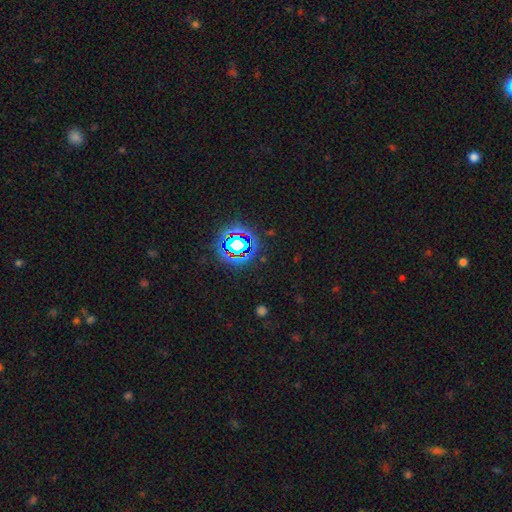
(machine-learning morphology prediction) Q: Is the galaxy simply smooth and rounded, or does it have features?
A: star or artifact — 78%.